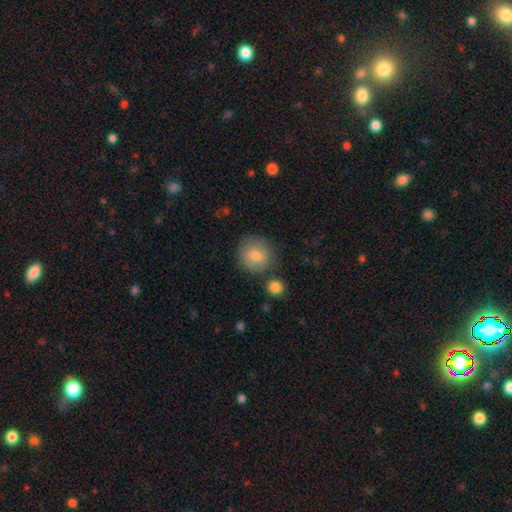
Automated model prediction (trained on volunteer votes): smooth-or-featured: smooth: 81% | featured or disk: 10% | star or artifact: 9%
  how-rounded: round: 92% | in between: 7% | cigar-shaped: 1%
  merging: none: 82% | minor disturbance: 10% | merger: 5% | major disturbance: 3%